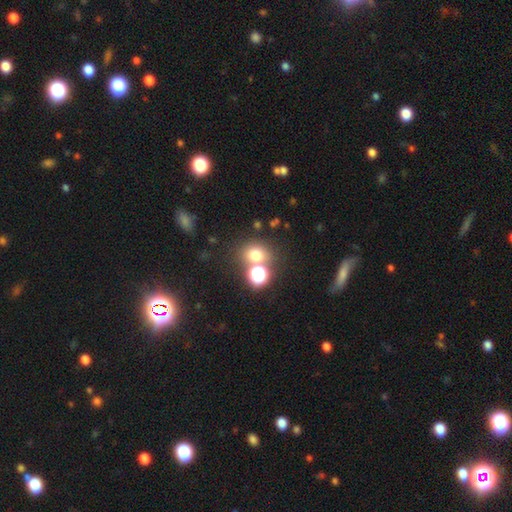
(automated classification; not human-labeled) Q: Smooth or featured?
A: smooth (68%); runner-up: star or artifact (23%)
Q: How rounded?
A: round (72%); runner-up: in between (27%)
Q: Merging?
A: none (65%); runner-up: merger (22%)